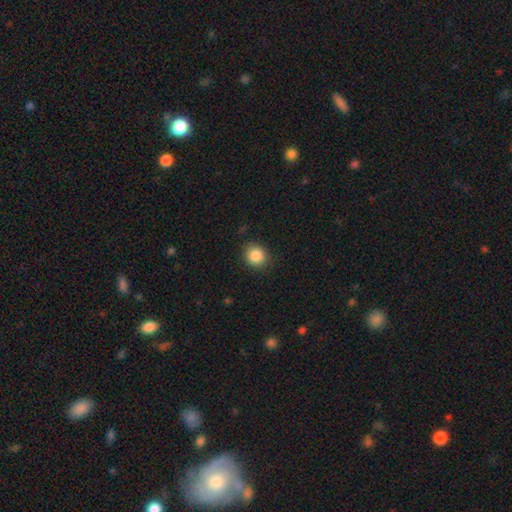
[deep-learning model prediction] This appears to be a smooth galaxy with no disk features (87%) that is round (85%). Merging: none (87%).